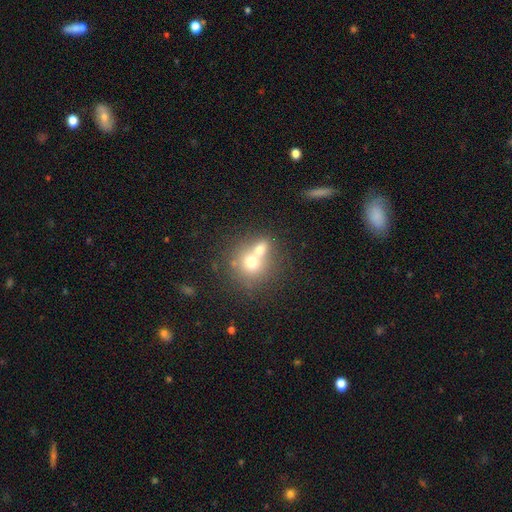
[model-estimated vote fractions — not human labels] Morphology: type=smooth (65%); roundness=round (78%); merging=merger (61%).